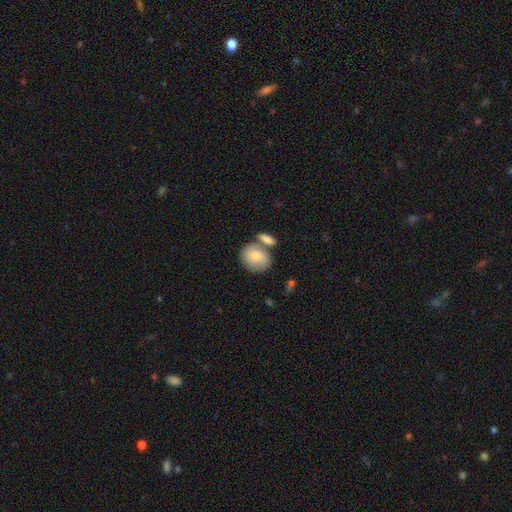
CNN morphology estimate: Q: Smooth or featured?
A: smooth (76%); runner-up: featured or disk (18%)
Q: How rounded?
A: round (59%); runner-up: in between (40%)
Q: Merging?
A: none (48%); runner-up: merger (34%)